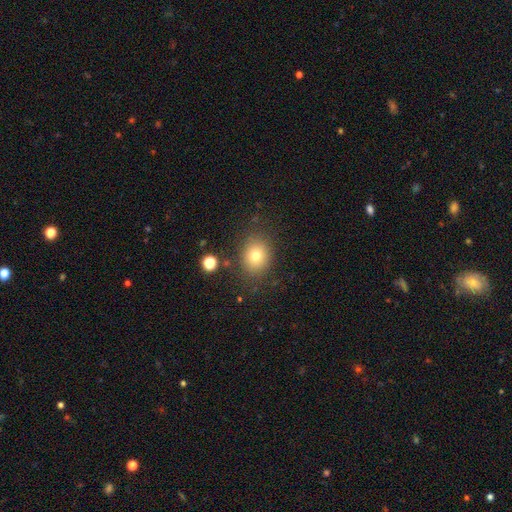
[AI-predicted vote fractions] This appears to be a smooth galaxy with no disk features (75%) that is round (59%). Merging: none (83%).